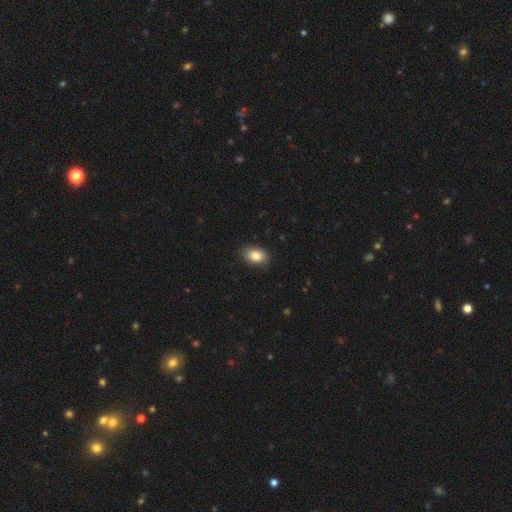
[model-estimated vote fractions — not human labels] Overall: smooth (85%). How rounded: in between (81%). Merging: none (85%).